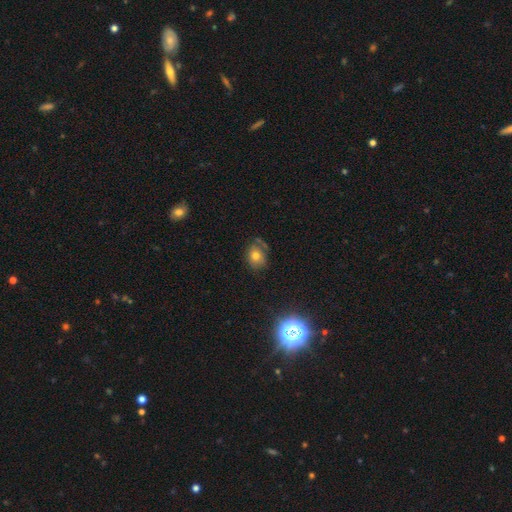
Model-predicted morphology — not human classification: Overall: smooth (63%). How rounded: round (53%; in between 46%). Merging: none (63%).